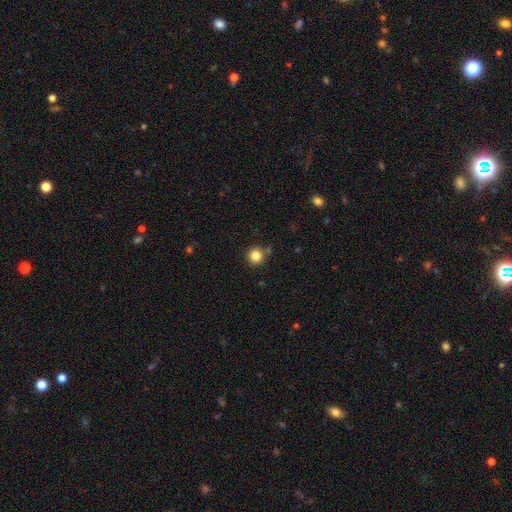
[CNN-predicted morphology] Smooth or featured? smooth (84%)
How rounded? round (94%)
Merging? none (82%)